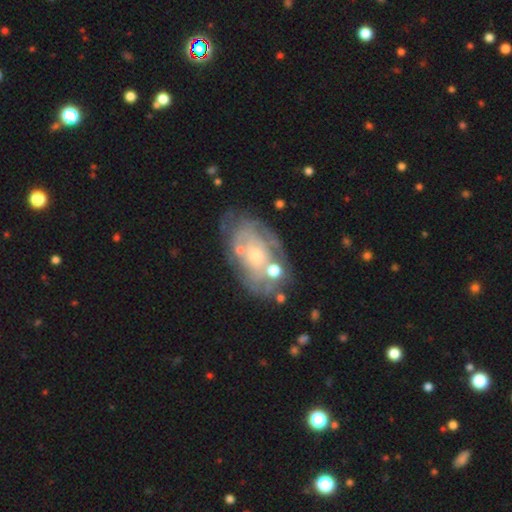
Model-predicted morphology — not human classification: This appears to be a featured or disk galaxy (69%) with no bar (84%), spiral arms (57%) and a small central bulge (57%). Merging: none (61%).